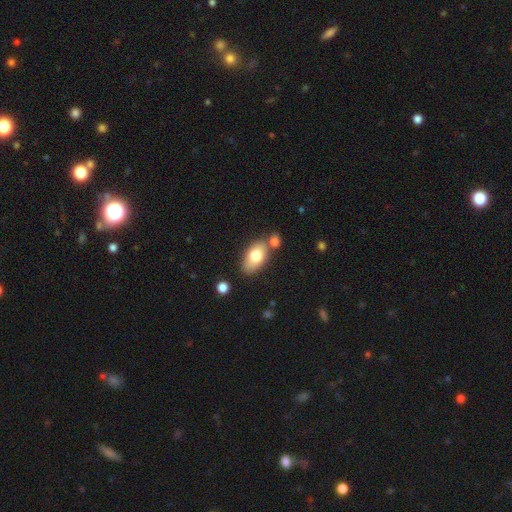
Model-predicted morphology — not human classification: type=smooth (74%); roundness=in between (91%); merging=none (68%).